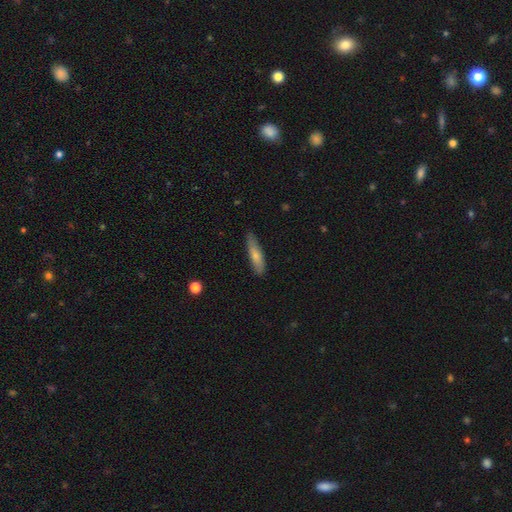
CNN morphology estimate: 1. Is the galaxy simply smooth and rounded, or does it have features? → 75% smooth, 20% featured or disk, 6% star or artifact.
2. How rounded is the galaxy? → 76% cigar-shaped, 23% in between, 2% round.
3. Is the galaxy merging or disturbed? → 79% none, 17% minor disturbance, 3% major disturbance, 1% merger.